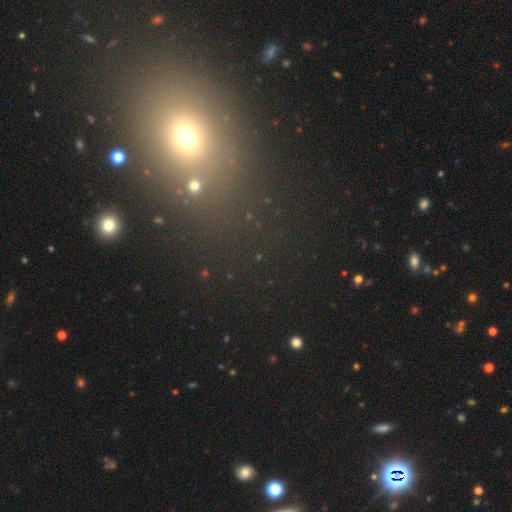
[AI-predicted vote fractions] Morphology: type=star or artifact (45%, tied with smooth).